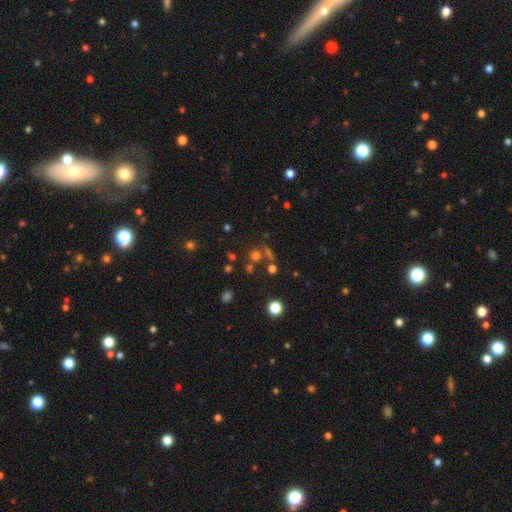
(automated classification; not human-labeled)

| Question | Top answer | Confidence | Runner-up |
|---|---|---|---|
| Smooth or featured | smooth | 57% | star or artifact (32%) |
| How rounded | round | 89% | in between (9%) |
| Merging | none | 65% | merger (21%) |